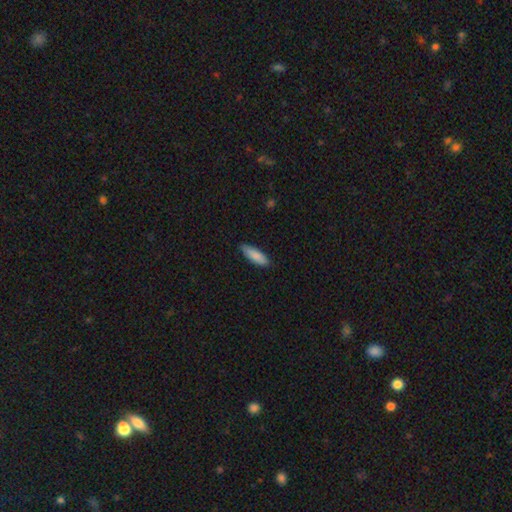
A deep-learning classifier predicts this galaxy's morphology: Smooth or featured? smooth (86%)
How rounded? in between (53%)
Merging? none (83%)